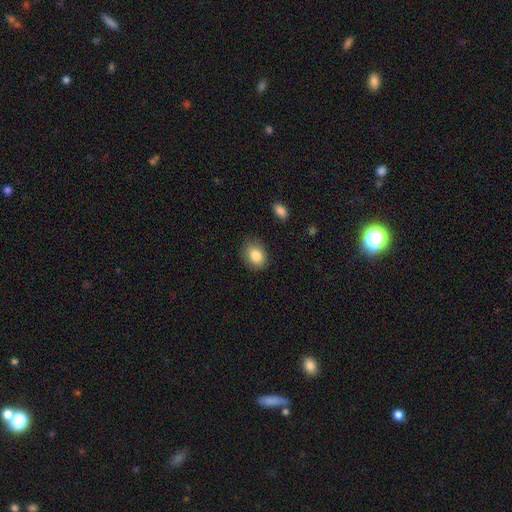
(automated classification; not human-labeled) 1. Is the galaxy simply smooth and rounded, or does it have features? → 84% smooth, 8% star or artifact, 7% featured or disk.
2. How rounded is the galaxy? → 75% in between, 24% round, 1% cigar-shaped.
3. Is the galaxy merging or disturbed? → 83% none, 13% minor disturbance, 3% major disturbance, 1% merger.